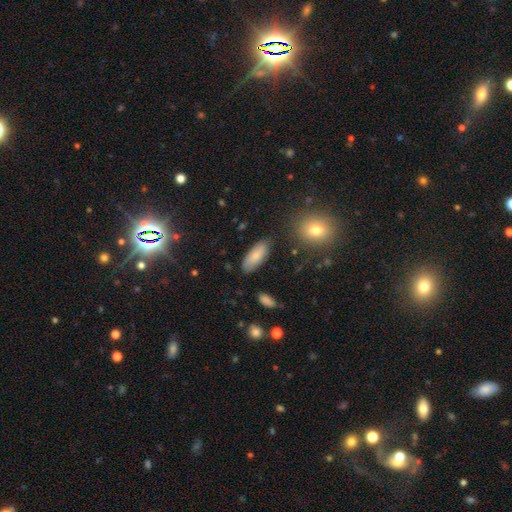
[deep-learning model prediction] The model was most divided on "how rounded": in between: 82%, cigar-shaped: 16%, round: 2%. More confident: smooth or featured — smooth (81%); merging — none (81%).